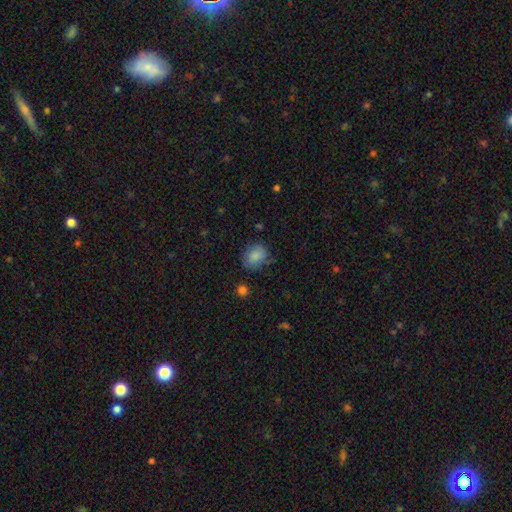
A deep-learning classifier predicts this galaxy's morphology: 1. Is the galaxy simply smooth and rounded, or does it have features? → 85% smooth, 8% star or artifact, 7% featured or disk.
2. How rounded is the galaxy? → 53% in between, 46% round, 1% cigar-shaped.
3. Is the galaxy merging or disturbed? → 68% none, 23% minor disturbance, 7% major disturbance, 2% merger.